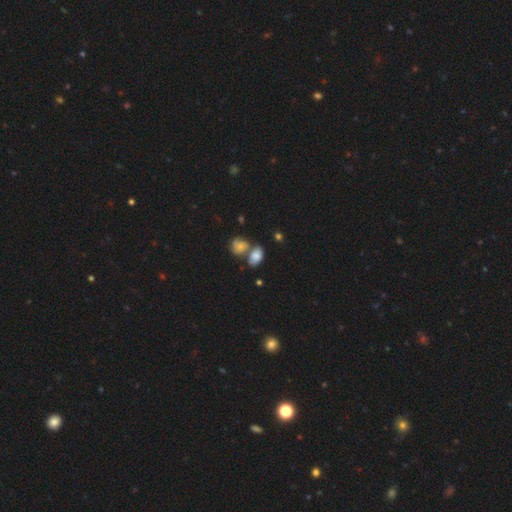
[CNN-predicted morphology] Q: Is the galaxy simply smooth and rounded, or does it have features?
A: smooth — 69%.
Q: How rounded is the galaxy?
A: in between — 82%.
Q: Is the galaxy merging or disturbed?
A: merger — 41%.